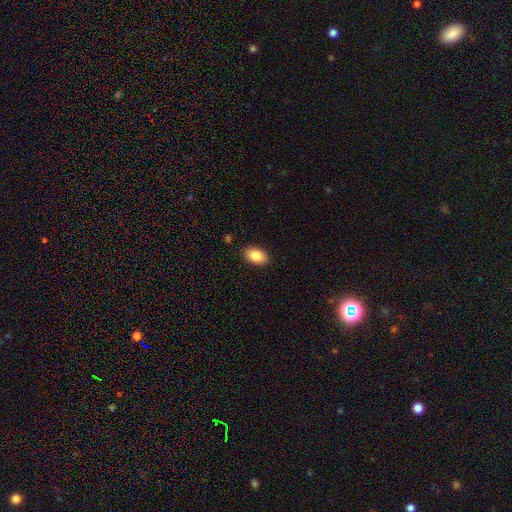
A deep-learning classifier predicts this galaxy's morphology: smooth 87%, star or artifact 7%, featured or disk 6%. Down the decision tree: how rounded — in between (91%); merging — none (88%).